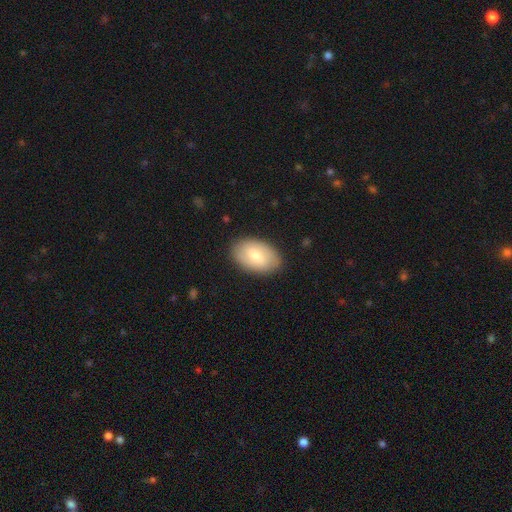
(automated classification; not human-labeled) smooth-or-featured: smooth: 67% | featured or disk: 27% | star or artifact: 6%
  how-rounded: in between: 92% | round: 7% | cigar-shaped: 1%
  merging: none: 86% | minor disturbance: 11% | major disturbance: 3% | merger: 1%